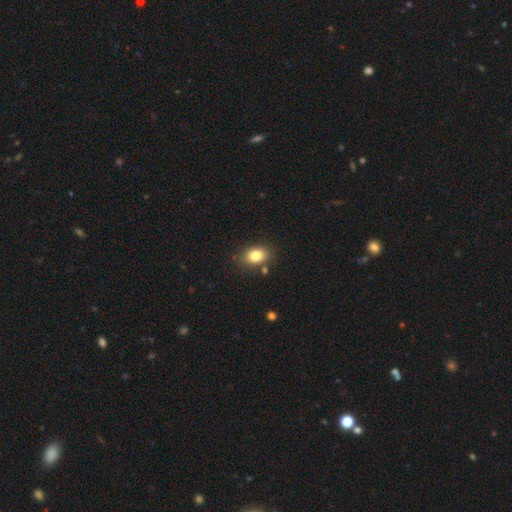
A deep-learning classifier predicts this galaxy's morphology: Smooth or featured? Predicted: smooth (p=0.82). How rounded? Predicted: in between (p=0.74). Merging? Predicted: none (p=0.81).